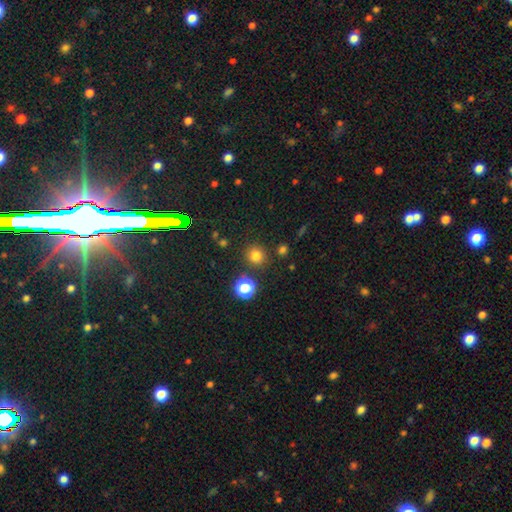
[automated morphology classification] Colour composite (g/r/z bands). It shows a smooth galaxy with no disk features (77%) that is round (91%). Merging: none (85%).